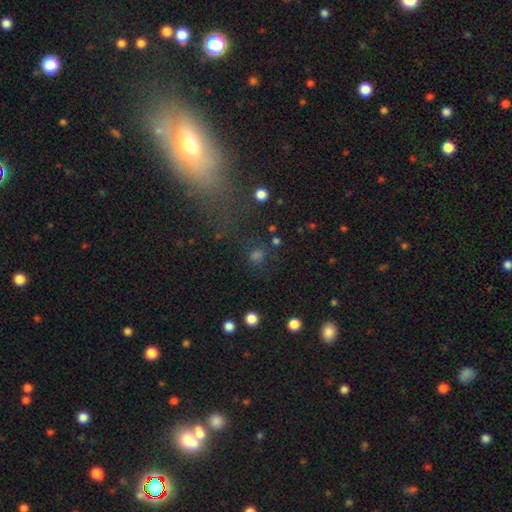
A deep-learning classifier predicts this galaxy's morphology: Smooth or featured? Predicted: smooth (p=0.55). How rounded? Predicted: round (p=0.73). Merging? Predicted: none (p=0.66).